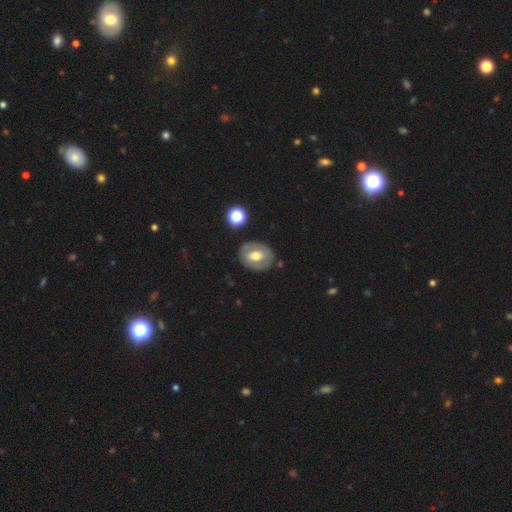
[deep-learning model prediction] Smooth or featured: featured or disk — 47% (smooth — 46%)
Merging: none — 80% (minor disturbance — 13%)